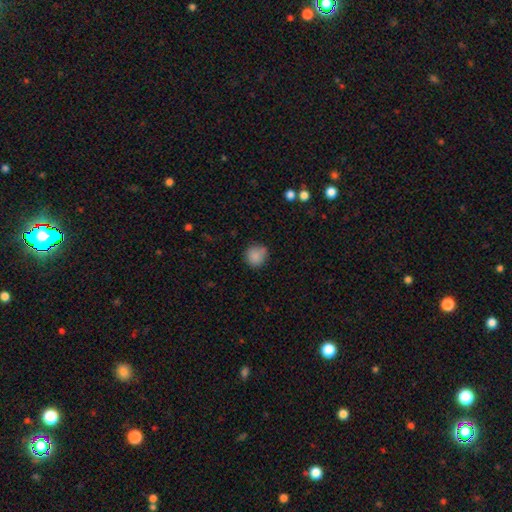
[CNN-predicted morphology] Smooth or featured: smooth — 86% (star or artifact — 10%)
How rounded: round — 89% (in between — 10%)
Merging: none — 72% (minor disturbance — 19%)